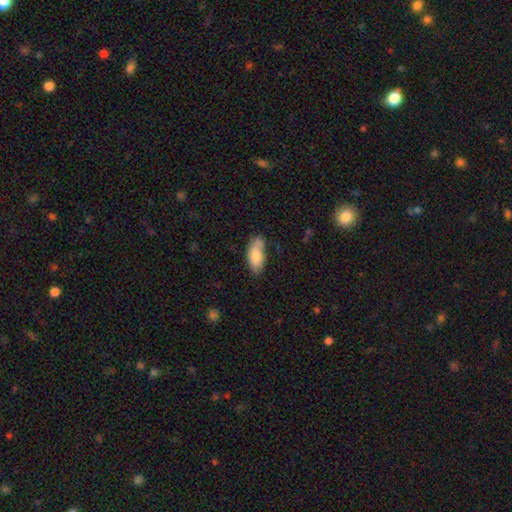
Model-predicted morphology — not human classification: The model was most divided on "merging": none: 62%, minor disturbance: 26%, merger: 7%, major disturbance: 6%. More confident: how rounded — in between (84%); smooth or featured — smooth (79%).